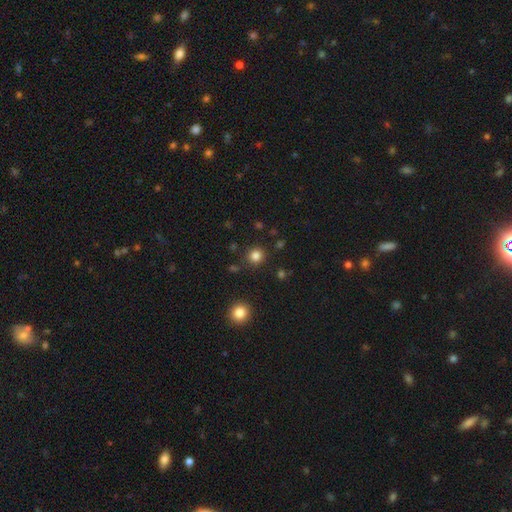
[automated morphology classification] smooth-or-featured: smooth: 83% | star or artifact: 13% | featured or disk: 4%
  how-rounded: round: 92% | in between: 7% | cigar-shaped: 1%
  merging: none: 89% | minor disturbance: 6% | merger: 3% | major disturbance: 2%